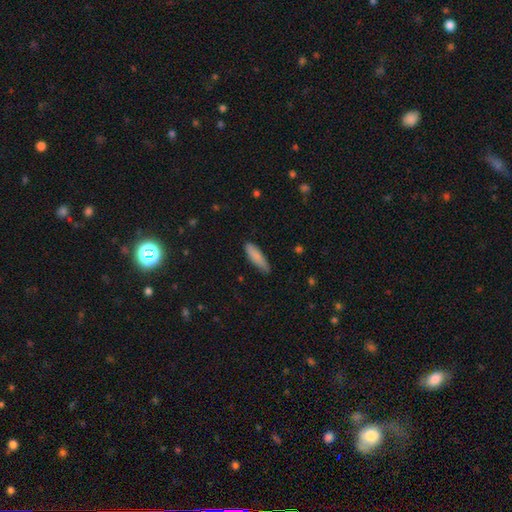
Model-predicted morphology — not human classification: Overall: smooth (86%). How rounded: cigar-shaped (65%; in between 34%). Merging: none (80%).